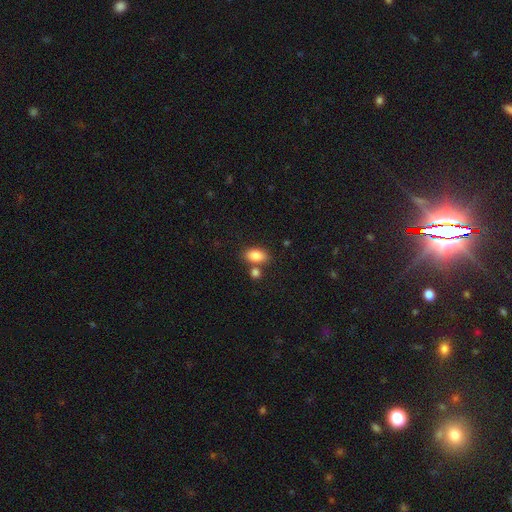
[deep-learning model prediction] Overall: smooth (85%). How rounded: in between (88%). Merging: none (65%).